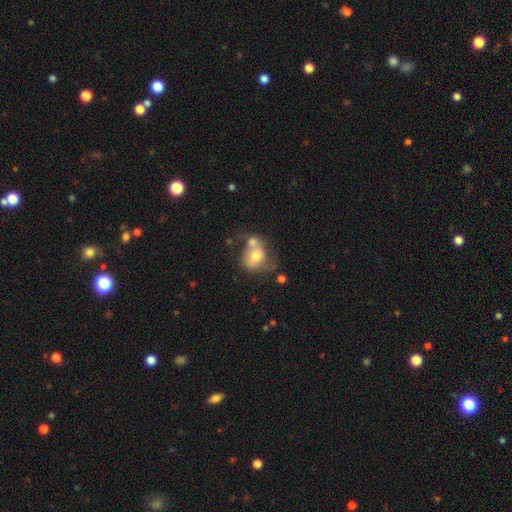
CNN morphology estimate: Q: Smooth or featured?
A: smooth (66%); runner-up: featured or disk (25%)
Q: How rounded?
A: round (56%); runner-up: in between (43%)
Q: Merging?
A: merger (53%); runner-up: none (23%)